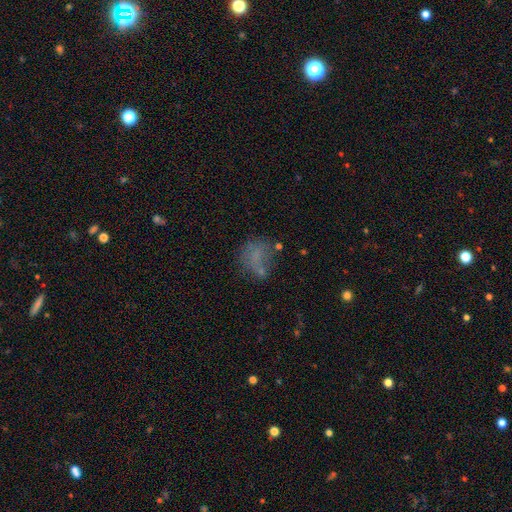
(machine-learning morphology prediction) A smooth galaxy with no disk features (59%) that is round (57%).

Vote fractions:
- Smooth or featured? smooth: 59% / featured or disk: 23% / star or artifact: 18%
- How rounded? round: 57% / in between: 41% / cigar-shaped: 2%
- Merging? none: 46% / minor disturbance: 21% / major disturbance: 19% / merger: 14%